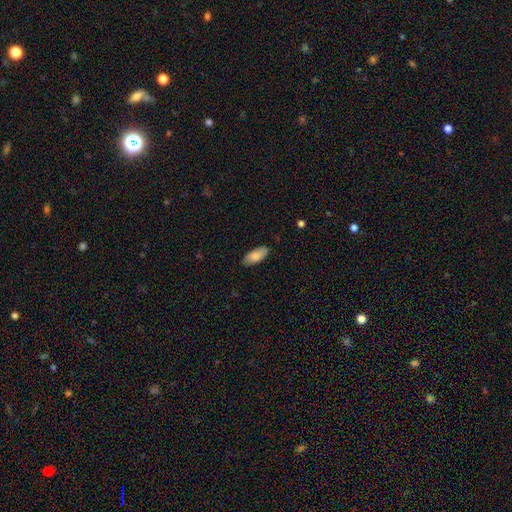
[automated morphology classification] Q: Smooth or featured?
A: smooth (80%); runner-up: featured or disk (14%)
Q: How rounded?
A: in between (87%); runner-up: cigar-shaped (11%)
Q: Merging?
A: none (84%); runner-up: minor disturbance (12%)